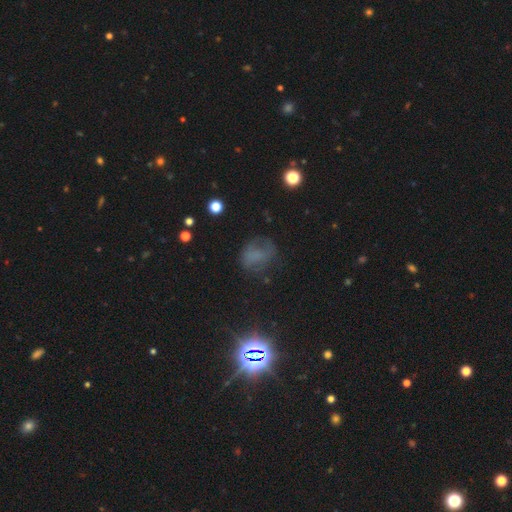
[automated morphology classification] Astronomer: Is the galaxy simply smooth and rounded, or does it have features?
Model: smooth — 47% (runner-up: star or artifact, 27%).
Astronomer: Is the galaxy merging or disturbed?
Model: none — 49% (runner-up: minor disturbance, 25%).